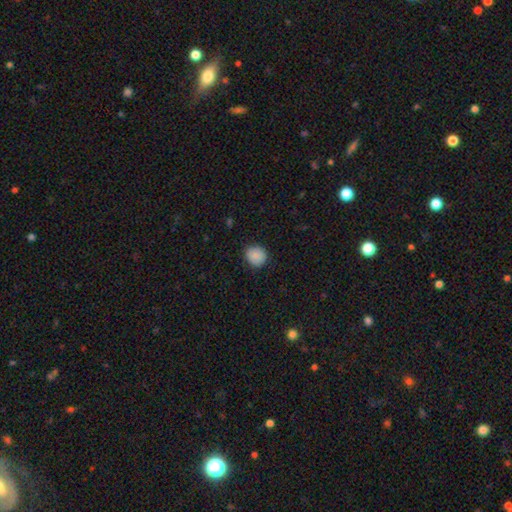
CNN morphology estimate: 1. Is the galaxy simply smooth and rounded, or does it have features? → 89% smooth, 8% star or artifact, 3% featured or disk.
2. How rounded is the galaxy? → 84% round, 15% in between, 1% cigar-shaped.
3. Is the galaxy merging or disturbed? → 87% none, 9% minor disturbance, 2% major disturbance, 1% merger.